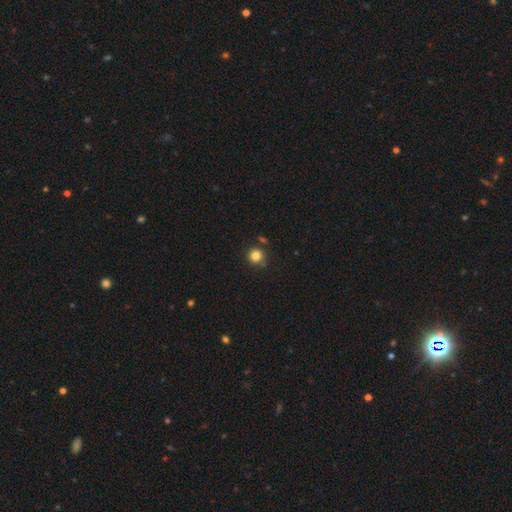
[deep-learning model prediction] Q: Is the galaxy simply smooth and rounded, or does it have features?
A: smooth — 84%.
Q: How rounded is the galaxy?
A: round — 92%.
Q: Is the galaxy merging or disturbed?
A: none — 81%.